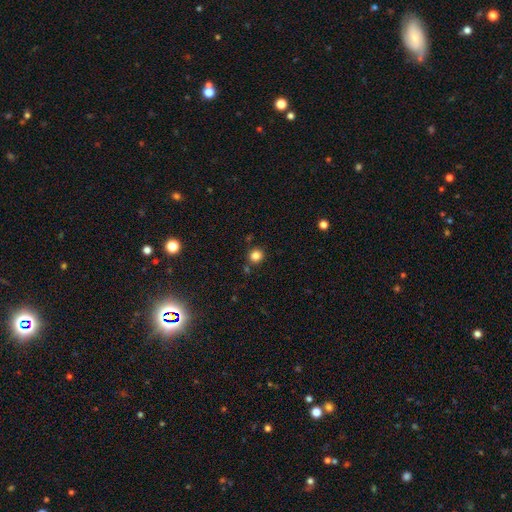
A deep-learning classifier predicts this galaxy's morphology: smooth_or_featured: smooth (p=0.83) [alt: star or artifact p=0.13]
how_rounded: round (p=0.90) [alt: in between p=0.09]
merging: none (p=0.85) [alt: minor disturbance p=0.08]